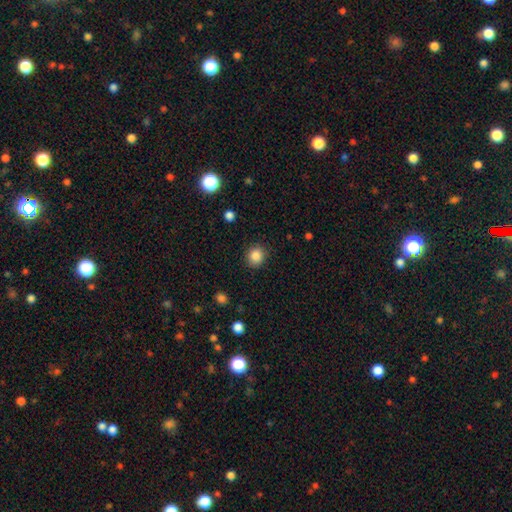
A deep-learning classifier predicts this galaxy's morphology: A smooth galaxy with no disk features (86%) that is round (81%). Merging: none (88%).